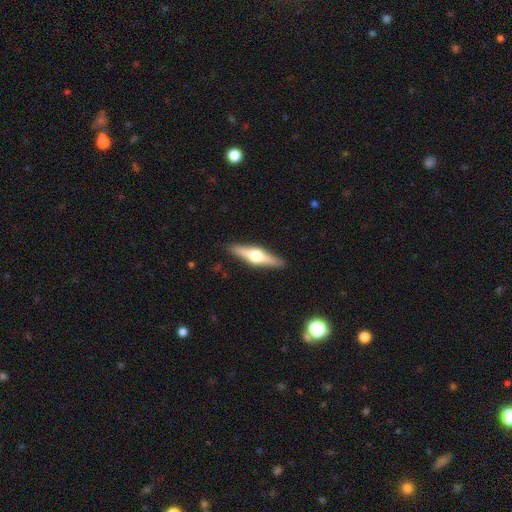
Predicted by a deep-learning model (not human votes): smooth-or-featured: featured or disk: 67% | smooth: 27% | star or artifact: 5%
  disk-edge-on: yes: 97% | no: 3%
    edge-on-bulge: rounded: 95% | boxy: 3% | none: 2%
  merging: none: 90% | minor disturbance: 7% | major disturbance: 2% | merger: 1%